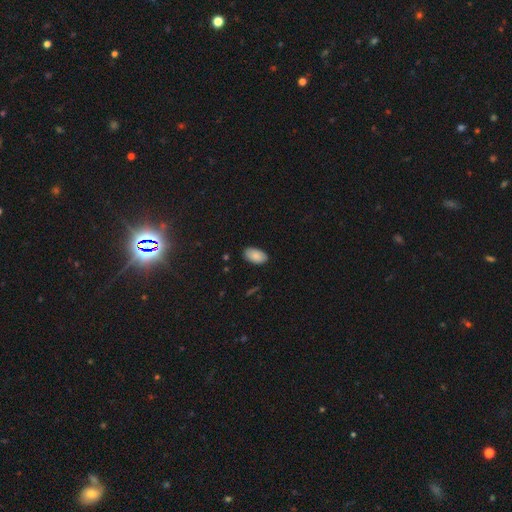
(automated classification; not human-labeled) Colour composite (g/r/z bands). It shows a smooth galaxy with no disk features (86%) that is in between round and cigar-shaped (95%). Merging: none (85%).